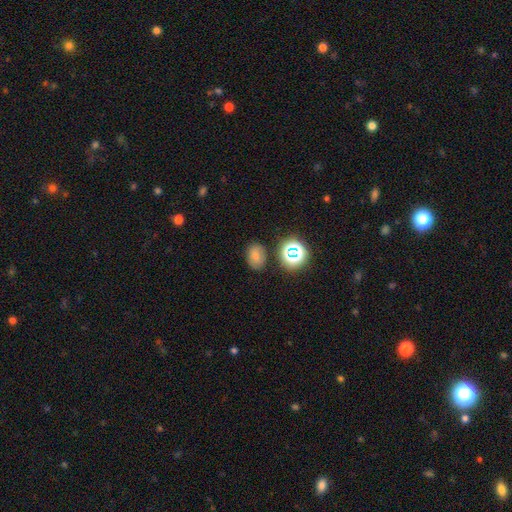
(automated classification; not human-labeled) A smooth galaxy with no disk features (69%) that is in between round and cigar-shaped (71%).

Vote fractions:
- Smooth or featured? smooth: 69% / star or artifact: 20% / featured or disk: 11%
- How rounded? in between: 71% / round: 28% / cigar-shaped: 1%
- Merging? none: 78% / minor disturbance: 14% / merger: 4% / major disturbance: 4%